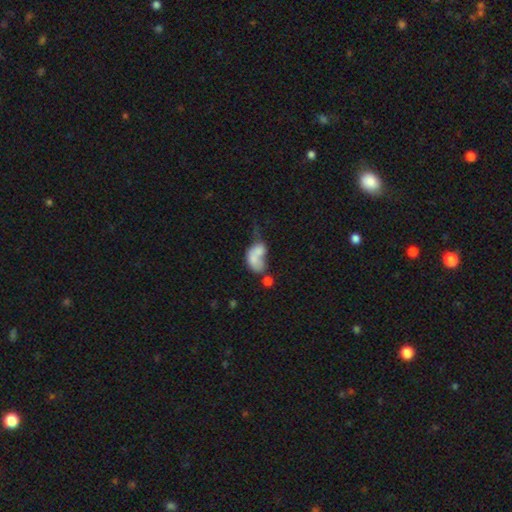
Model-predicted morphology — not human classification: This is likely a smooth galaxy (64%). How rounded: clearly in between (83%). Merging: possibly merger (59%).